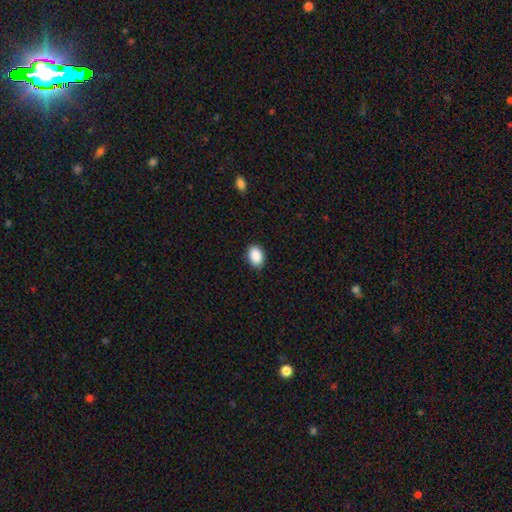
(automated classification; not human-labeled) A smooth galaxy with no disk features (90%) that is in between round and cigar-shaped (83%).

Vote fractions:
- Smooth or featured? smooth: 90% / star or artifact: 7% / featured or disk: 3%
- How rounded? in between: 83% / round: 16% / cigar-shaped: 1%
- Merging? none: 89% / minor disturbance: 9% / major disturbance: 2% / merger: 1%